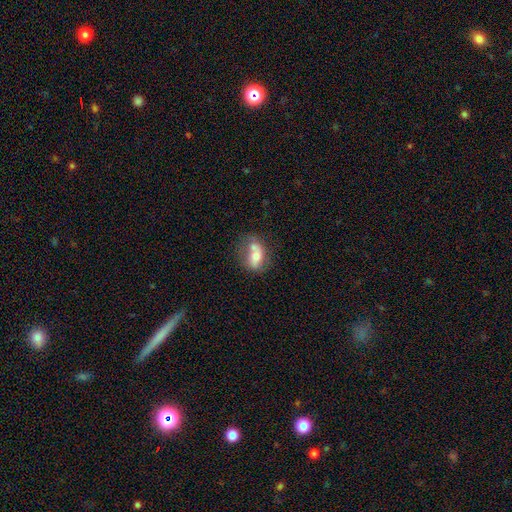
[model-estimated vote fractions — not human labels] A smooth galaxy with no disk features (57%) that is in between round and cigar-shaped (75%). Merging: merger (36%).